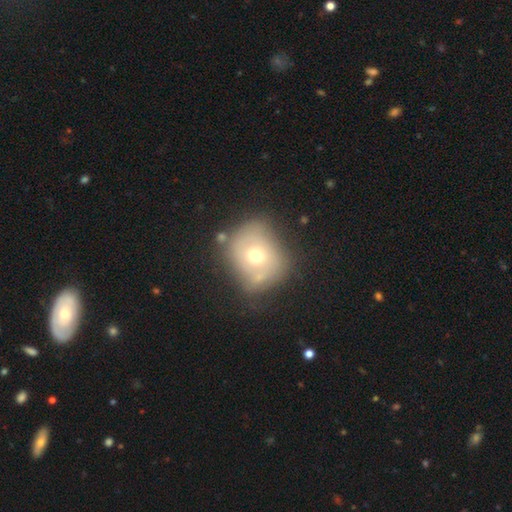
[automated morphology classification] smooth_or_featured: smooth (p=0.53) [alt: featured or disk p=0.36]
how_rounded: round (p=0.69) [alt: in between p=0.30]
merging: none (p=0.55) [alt: minor disturbance p=0.24]